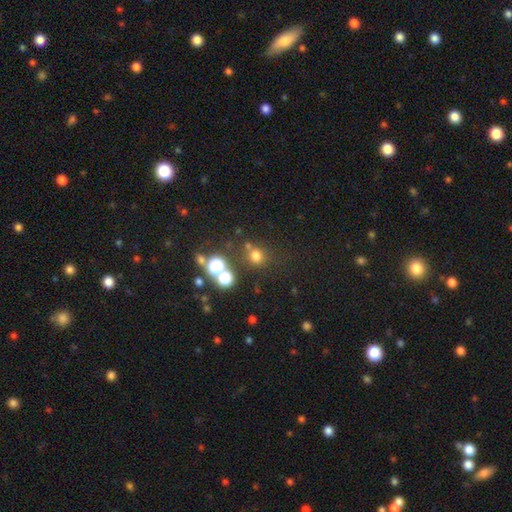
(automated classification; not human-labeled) Smooth or featured? Predicted: smooth (p=0.70). How rounded? Predicted: round (p=0.86). Merging? Predicted: none (p=0.72).